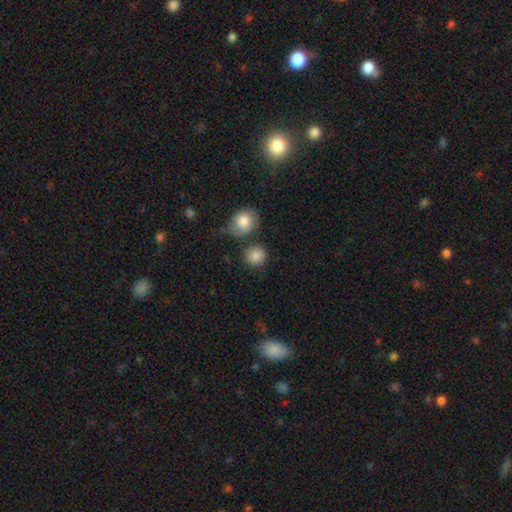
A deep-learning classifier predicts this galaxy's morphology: A smooth galaxy with no disk features (86%) that is round (89%).

Vote fractions:
- Smooth or featured? smooth: 86% / star or artifact: 8% / featured or disk: 6%
- How rounded? round: 89% / in between: 10% / cigar-shaped: 1%
- Merging? none: 73% / merger: 13% / minor disturbance: 10% / major disturbance: 4%